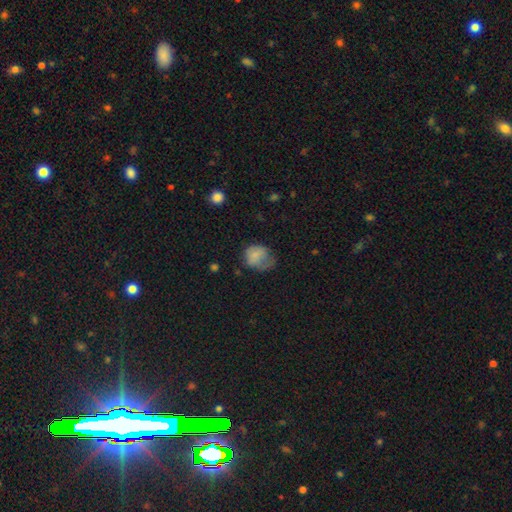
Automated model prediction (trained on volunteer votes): smooth_or_featured: smooth (p=0.75) [alt: featured or disk p=0.15]
how_rounded: round (p=0.55) [alt: in between p=0.44]
merging: major disturbance (p=0.34) [alt: minor disturbance p=0.33]